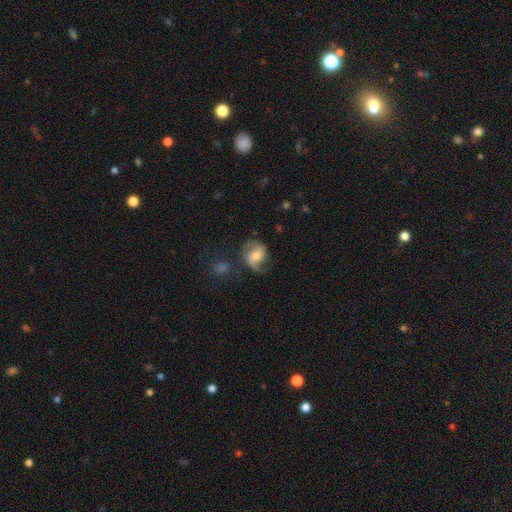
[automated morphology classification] Smooth or featured? Predicted: featured or disk (p=0.63). Edge-on disk? Predicted: no (p=0.97). Bar? Predicted: no (p=0.44). Spiral arms? Predicted: yes (p=0.88). Spiral winding? Predicted: loose (p=0.46). Spiral arm count? Predicted: 2 (p=0.74). Bulge size? Predicted: moderate (p=0.58). Merging? Predicted: none (p=0.53).